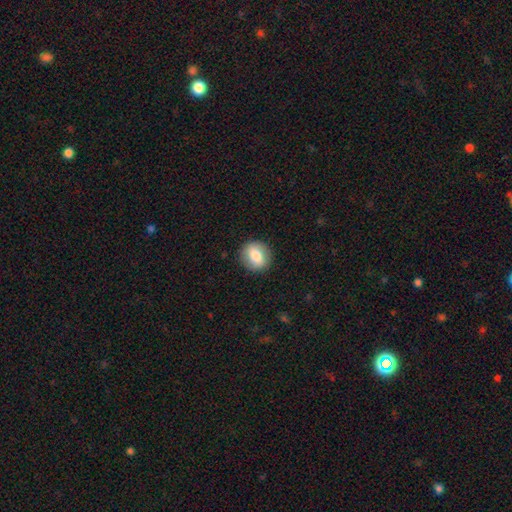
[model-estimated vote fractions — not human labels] Smooth or featured? smooth (75%)
How rounded? round (79%)
Merging? none (88%)